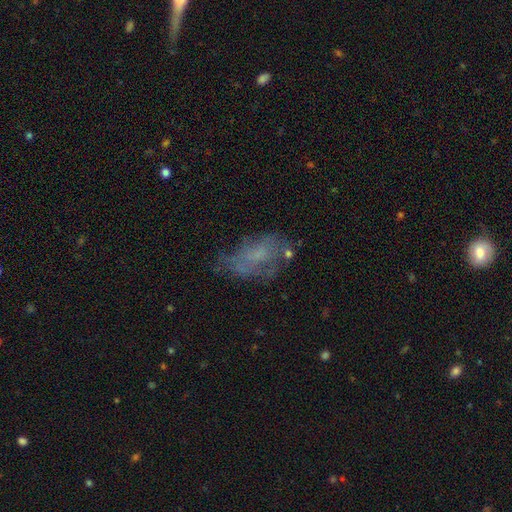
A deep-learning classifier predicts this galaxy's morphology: Overall: featured or disk (43%; smooth 42%). Merging: none (48%; minor disturbance 24%).